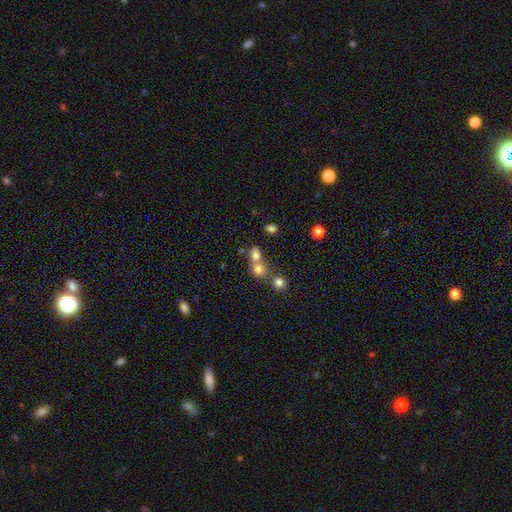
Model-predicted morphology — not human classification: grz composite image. It shows a smooth galaxy with no disk features (74%) that is round (59%). Merging: merger (49%).